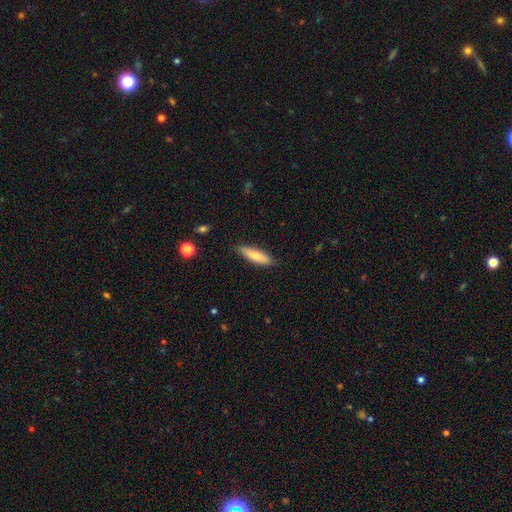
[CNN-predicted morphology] smooth 74%, featured or disk 20%, star or artifact 6%. Down the decision tree: how rounded — cigar-shaped (66%); merging — none (83%).